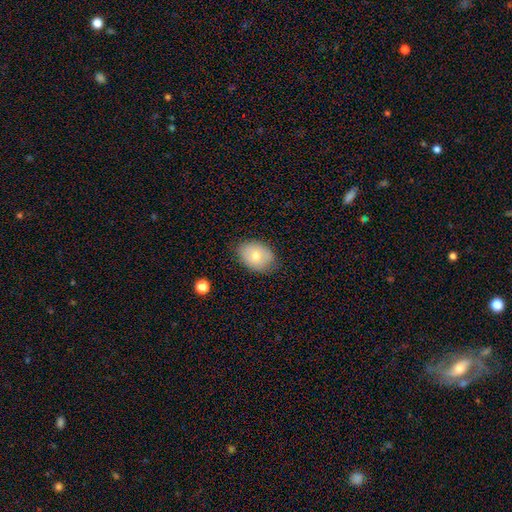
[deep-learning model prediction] This is likely a smooth galaxy (74%). How rounded: likely in between (78%). Merging: likely none (78%).